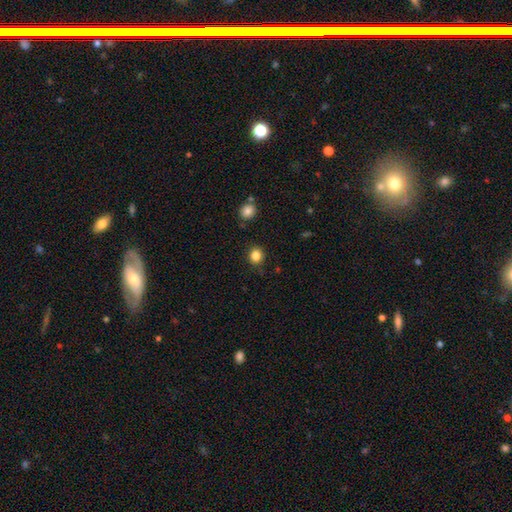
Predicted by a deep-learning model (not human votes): A smooth galaxy with no disk features (84%) that is round (82%). Merging: none (87%).